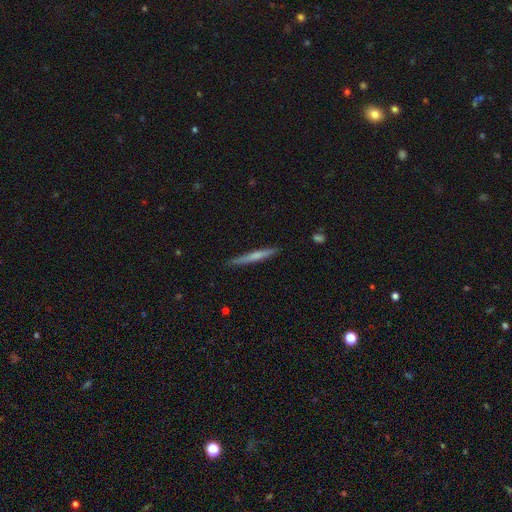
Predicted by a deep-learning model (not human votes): A smooth galaxy with no disk features (54%) that is cigar-shaped (96%).

Vote fractions:
- Smooth or featured? smooth: 54% / featured or disk: 40% / star or artifact: 6%
- How rounded? cigar-shaped: 96% / in between: 2% / round: 1%
- Merging? none: 88% / minor disturbance: 9% / major disturbance: 2% / merger: 1%